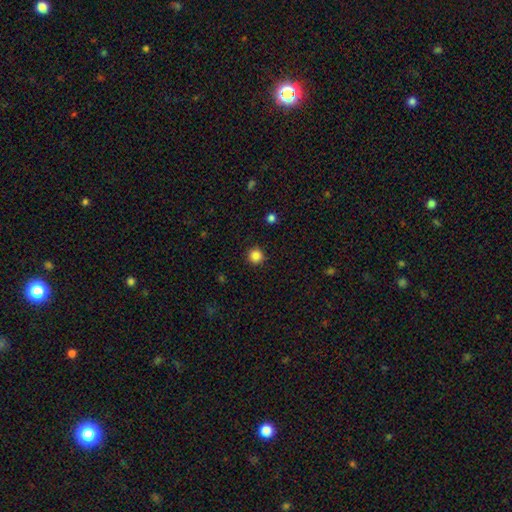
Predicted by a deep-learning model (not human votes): A smooth galaxy with no disk features (86%) that is round (96%). Merging: none (92%).